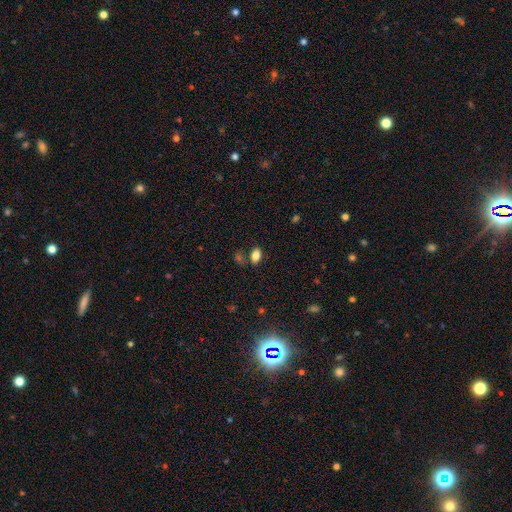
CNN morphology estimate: smooth 82%, star or artifact 10%, featured or disk 7%. Down the decision tree: how rounded — in between (90%); merging — none (73%).